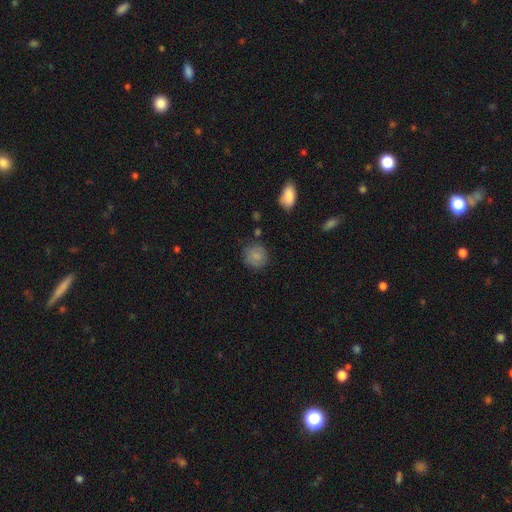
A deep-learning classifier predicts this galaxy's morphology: Q: Smooth or featured?
A: smooth (84%); runner-up: star or artifact (9%)
Q: How rounded?
A: round (88%); runner-up: in between (11%)
Q: Merging?
A: none (78%); runner-up: minor disturbance (15%)